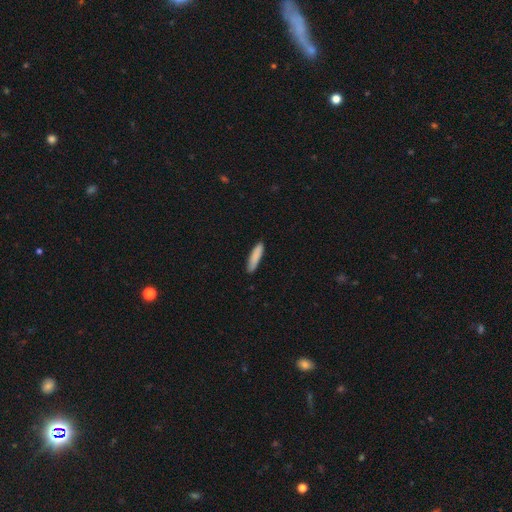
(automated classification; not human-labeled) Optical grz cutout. It shows a smooth galaxy with no disk features (86%) that is cigar-shaped (79%). Merging: none (85%).